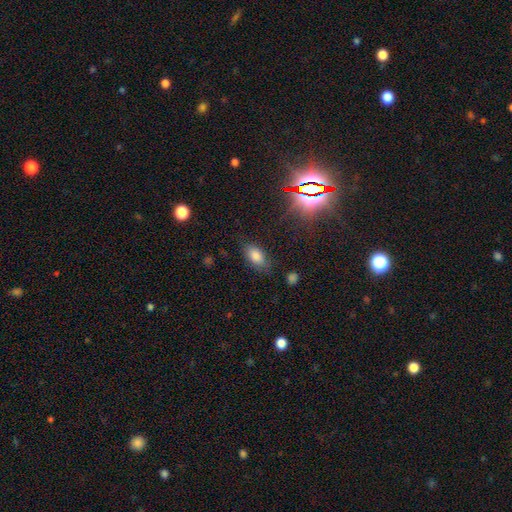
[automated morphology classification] type=smooth (78%); roundness=in between (90%); merging=none (77%).